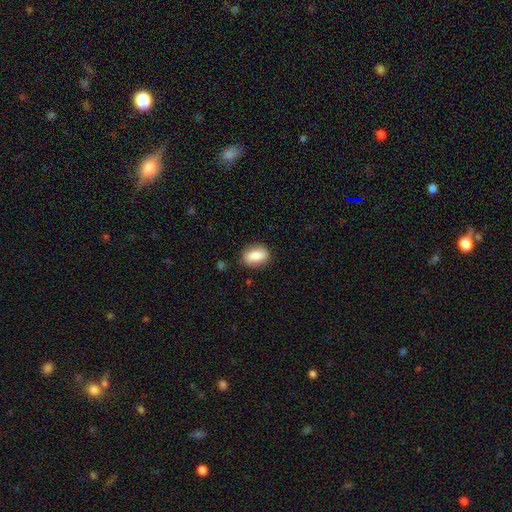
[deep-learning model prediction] Smooth or featured: smooth — 84% (featured or disk — 9%)
How rounded: in between — 84% (round — 14%)
Merging: none — 81% (minor disturbance — 14%)